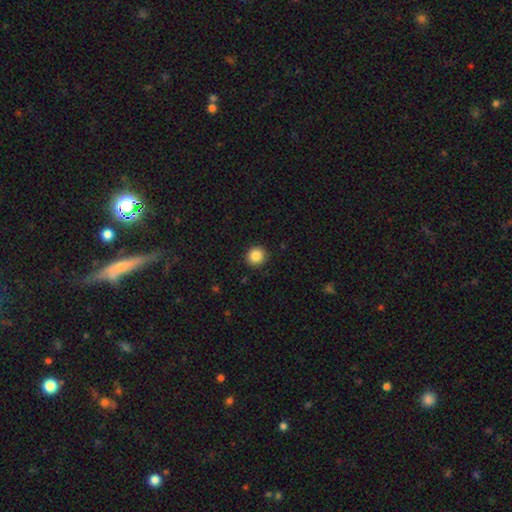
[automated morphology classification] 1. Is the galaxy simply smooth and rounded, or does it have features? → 87% smooth, 10% star or artifact, 4% featured or disk.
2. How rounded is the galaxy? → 92% round, 7% in between, 1% cigar-shaped.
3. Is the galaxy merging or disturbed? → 91% none, 6% minor disturbance, 2% major disturbance, 1% merger.